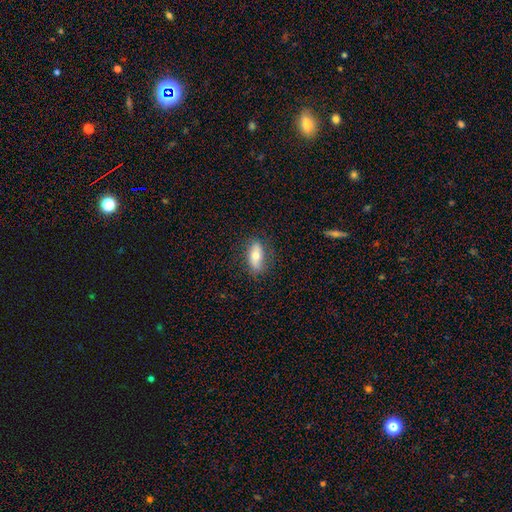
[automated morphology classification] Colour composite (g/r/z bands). It shows a smooth galaxy with no disk features (67%) that is in between round and cigar-shaped (79%). Merging: none (80%).